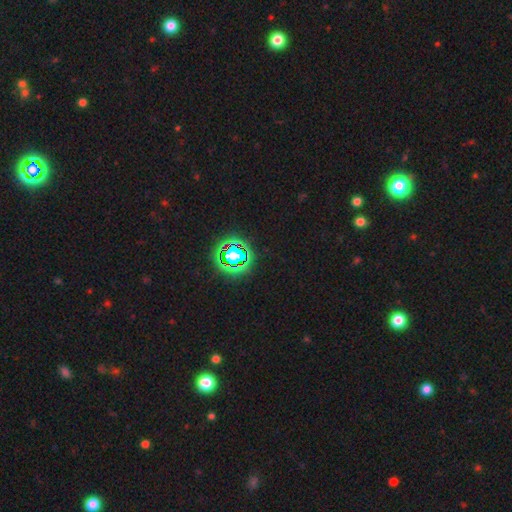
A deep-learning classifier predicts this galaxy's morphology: The model was most divided on "smooth or featured": star or artifact: 78%, smooth: 14%, featured or disk: 8%.